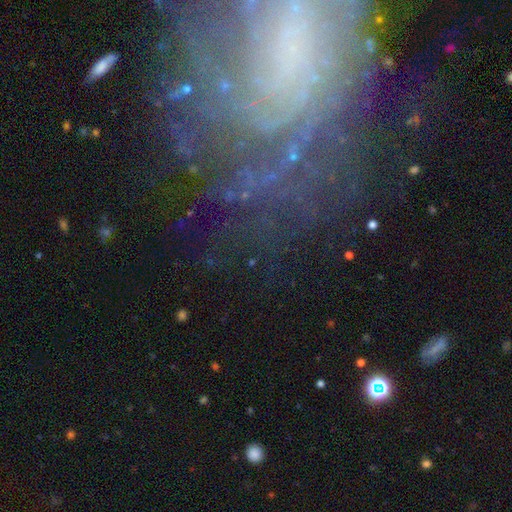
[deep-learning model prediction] The model was most divided on "bulge size" (2-way tie): small: 40%, none: 40%, moderate: 13%, large: 4%, dominant: 2%. Remaining: edge-on disk — no (95%); spiral arms — yes (81%); smooth or featured — featured or disk (70%); merging — none (65%); bar — no (64%); spiral winding — tight (60%); spiral arm count — can't tell (42%).